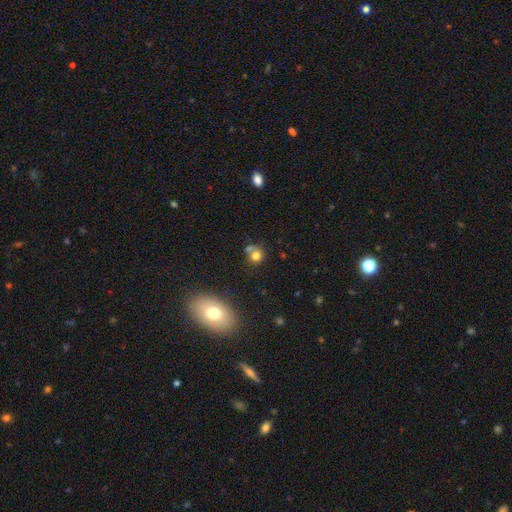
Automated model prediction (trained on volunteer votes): smooth-or-featured: smooth: 75% | star or artifact: 14% | featured or disk: 11%
  how-rounded: round: 83% | in between: 16% | cigar-shaped: 1%
  merging: none: 54% | merger: 28% | minor disturbance: 12% | major disturbance: 6%